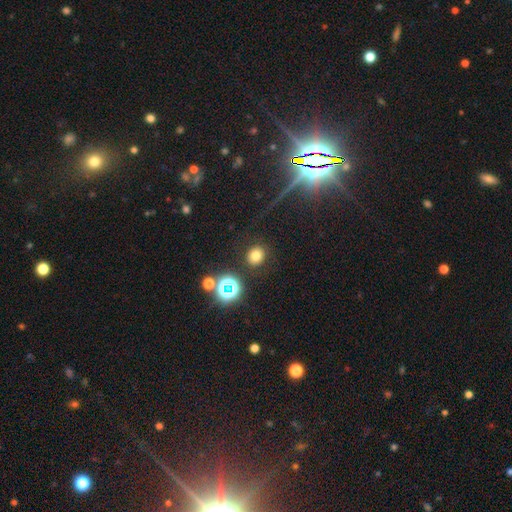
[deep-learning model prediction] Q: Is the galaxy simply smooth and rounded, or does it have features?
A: smooth — 73%.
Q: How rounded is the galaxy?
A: round — 78%.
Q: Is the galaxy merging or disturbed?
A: none — 86%.